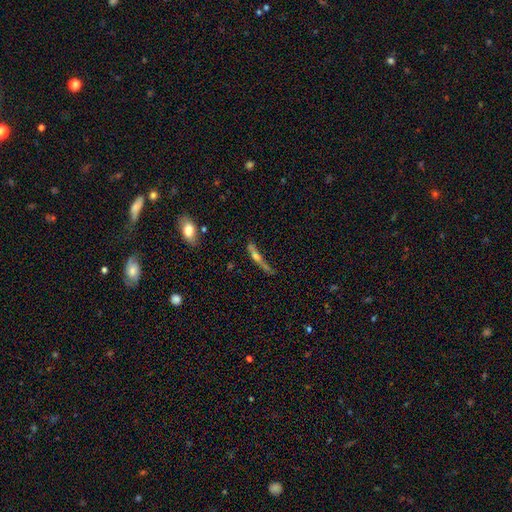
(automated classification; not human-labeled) Smooth or featured? Predicted: featured or disk (p=0.50). Edge-on disk? Predicted: yes (p=0.83). Merging? Predicted: none (p=0.51).